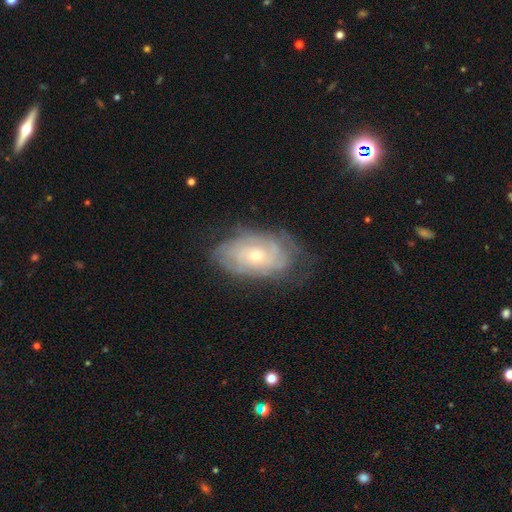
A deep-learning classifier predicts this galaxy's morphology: featured or disk 73%, smooth 20%, star or artifact 7%. Down the decision tree: edge-on disk — no (94%); bar — no (81%); spiral arms — yes (84%); spiral arm count — can't tell (59%); spiral winding — tight (73%); bulge size — small (62%); merging — none (68%).